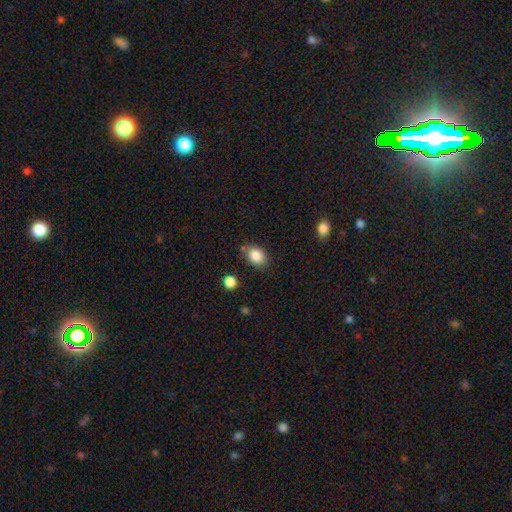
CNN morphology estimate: Smooth or featured? Predicted: smooth (p=0.86). How rounded? Predicted: in between (p=0.68). Merging? Predicted: none (p=0.74).